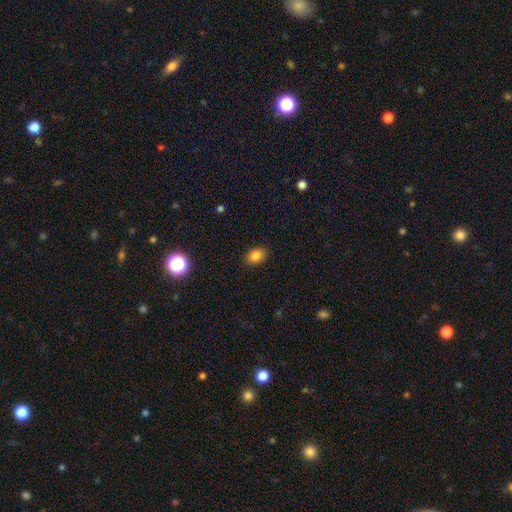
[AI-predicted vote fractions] smooth_or_featured: smooth (p=0.84) [alt: star or artifact p=0.11]
how_rounded: in between (p=0.67) [alt: round p=0.31]
merging: none (p=0.88) [alt: minor disturbance p=0.09]